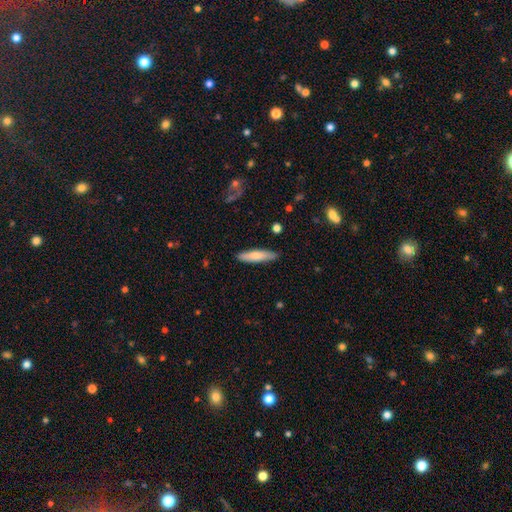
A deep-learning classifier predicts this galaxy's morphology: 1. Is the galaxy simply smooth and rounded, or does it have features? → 74% smooth, 21% featured or disk, 5% star or artifact.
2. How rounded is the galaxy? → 76% cigar-shaped, 23% in between, 2% round.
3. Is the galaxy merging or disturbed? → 87% none, 10% minor disturbance, 2% major disturbance, 1% merger.